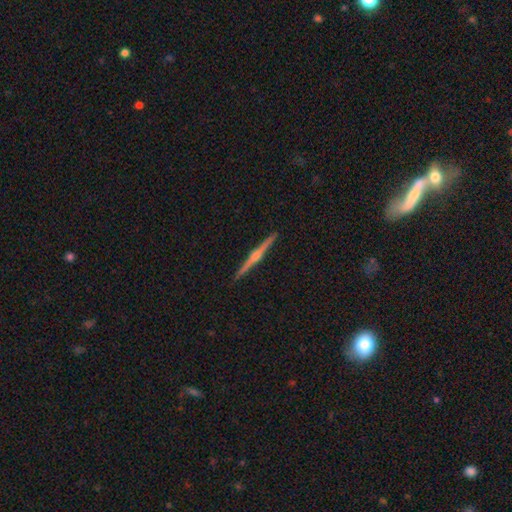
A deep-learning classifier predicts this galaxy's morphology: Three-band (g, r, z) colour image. It shows a featured or disk galaxy (78%) viewed edge-on (98%) with a rounded central bulge (84%). Merging: none (90%).